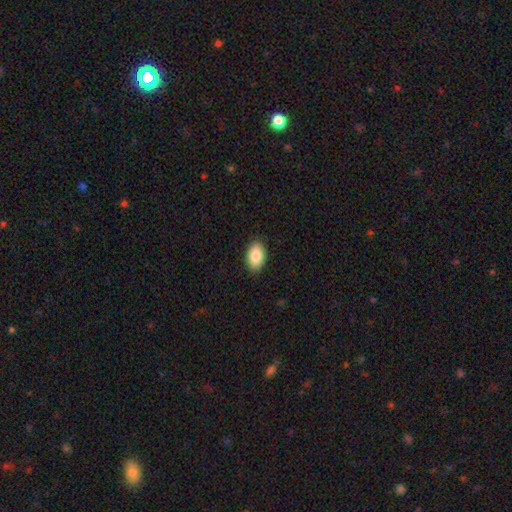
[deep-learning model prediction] Smooth or featured?
  - smooth: 87% *
  - star or artifact: 7%
  - featured or disk: 6%
How rounded?
  - in between: 92% *
  - round: 7%
  - cigar-shaped: 1%
Merging?
  - none: 89% *
  - minor disturbance: 9%
  - major disturbance: 2%
  - merger: 1%